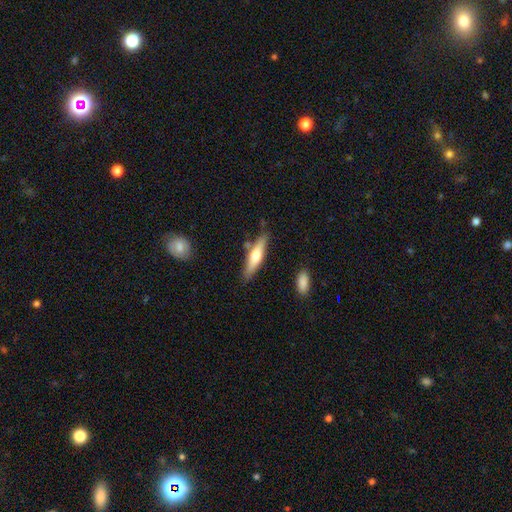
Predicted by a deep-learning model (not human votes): A smooth galaxy with no disk features (49%).

Vote fractions:
- Smooth or featured? smooth: 49% / featured or disk: 45% / star or artifact: 6%
- Merging? none: 80% / minor disturbance: 13% / merger: 5% / major disturbance: 3%